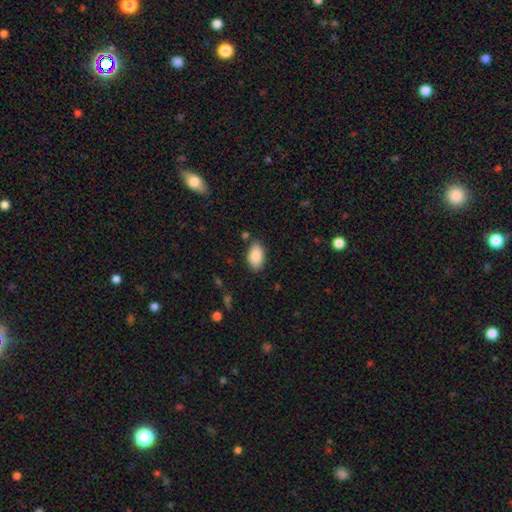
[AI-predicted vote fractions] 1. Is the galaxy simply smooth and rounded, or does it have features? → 88% smooth, 7% star or artifact, 5% featured or disk.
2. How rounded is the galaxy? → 94% in between, 4% round, 2% cigar-shaped.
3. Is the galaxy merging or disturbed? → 83% none, 11% minor disturbance, 3% major disturbance, 2% merger.